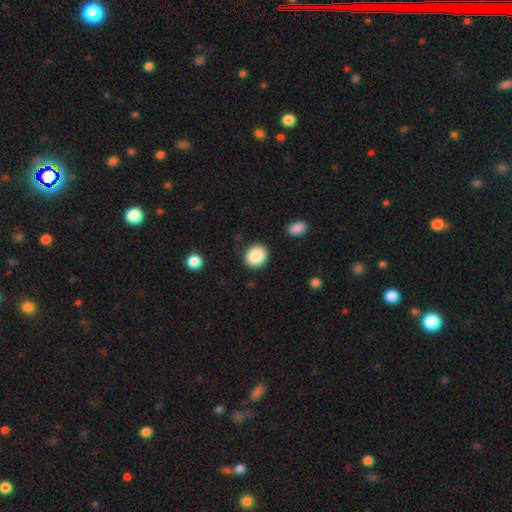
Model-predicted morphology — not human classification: type=smooth (87%); roundness=round (68%); merging=none (87%).